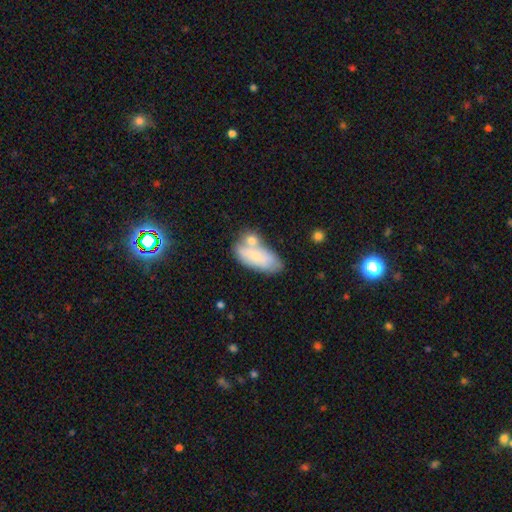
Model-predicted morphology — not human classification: Smooth or featured: smooth — 64% (featured or disk — 30%)
How rounded: in between — 86% (cigar-shaped — 9%)
Merging: none — 39% (merger — 37%)